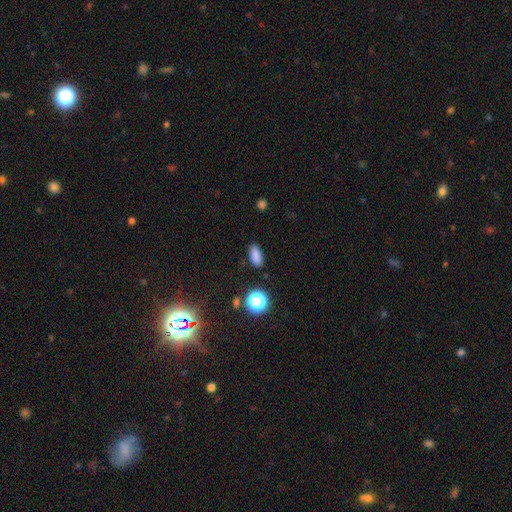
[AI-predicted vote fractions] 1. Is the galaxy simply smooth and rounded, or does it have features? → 82% smooth, 13% star or artifact, 4% featured or disk.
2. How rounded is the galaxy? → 81% in between, 12% cigar-shaped, 7% round.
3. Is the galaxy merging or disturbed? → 87% none, 9% minor disturbance, 2% major disturbance, 2% merger.